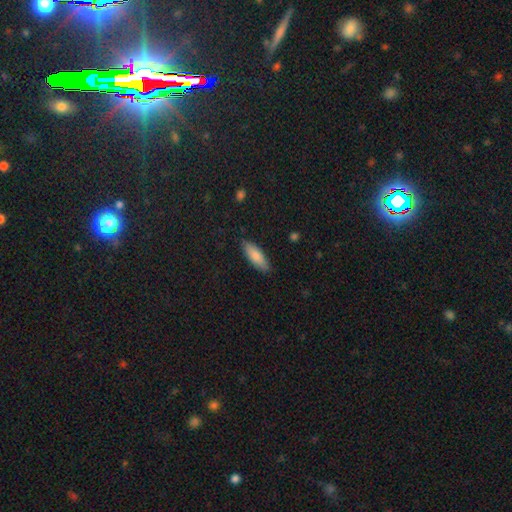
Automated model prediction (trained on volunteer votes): Q: Smooth or featured?
A: smooth (84%); runner-up: featured or disk (11%)
Q: How rounded?
A: in between (65%); runner-up: cigar-shaped (33%)
Q: Merging?
A: none (86%); runner-up: minor disturbance (11%)